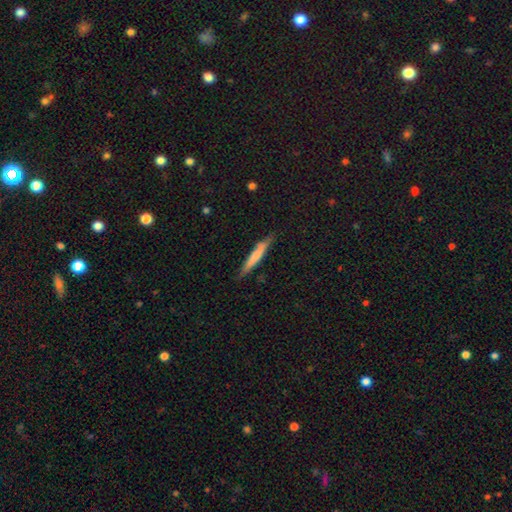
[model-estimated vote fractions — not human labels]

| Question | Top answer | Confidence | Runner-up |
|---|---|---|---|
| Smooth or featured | smooth | 66% | featured or disk (29%) |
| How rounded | cigar-shaped | 94% | in between (5%) |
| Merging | none | 81% | minor disturbance (15%) |